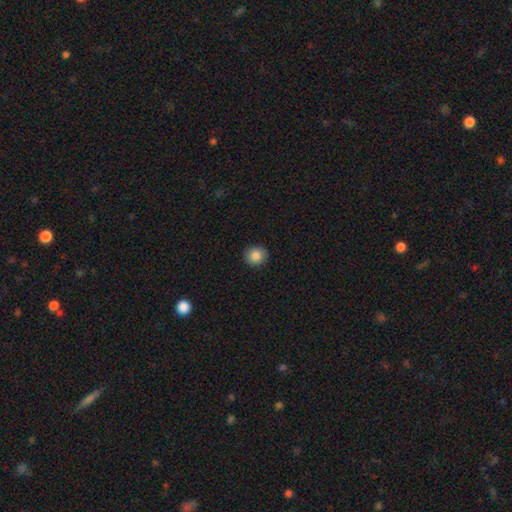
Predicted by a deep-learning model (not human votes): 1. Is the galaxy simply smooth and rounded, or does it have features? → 86% smooth, 9% star or artifact, 5% featured or disk.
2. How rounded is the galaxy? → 81% round, 18% in between, 1% cigar-shaped.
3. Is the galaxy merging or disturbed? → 90% none, 7% minor disturbance, 2% major disturbance, 1% merger.